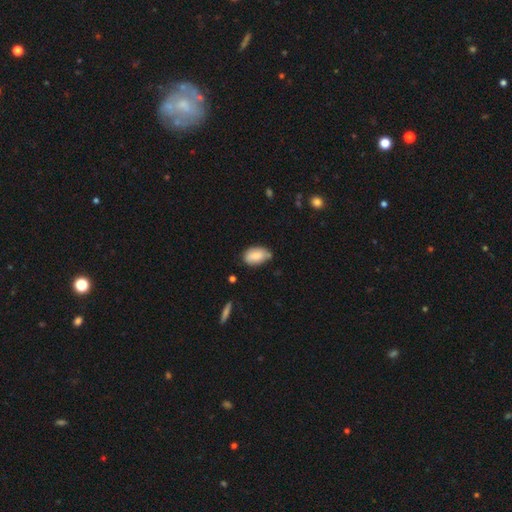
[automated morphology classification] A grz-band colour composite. It shows a smooth galaxy with no disk features (83%) that is in between round and cigar-shaped (92%). Merging: none (61%).